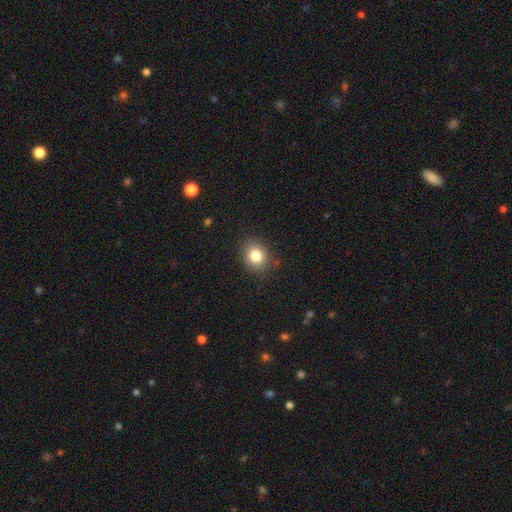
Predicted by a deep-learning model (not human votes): This appears to be a smooth galaxy with no disk features (81%) that is round (59%). Merging: none (86%).